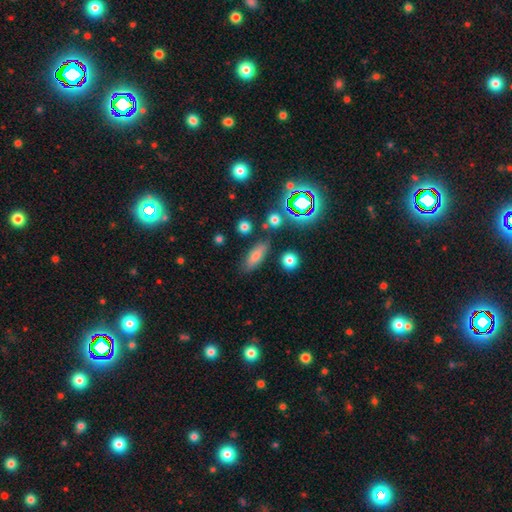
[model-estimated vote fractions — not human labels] This appears to be a smooth galaxy with no disk features (69%) that is in between round and cigar-shaped (62%). Merging: none (80%).